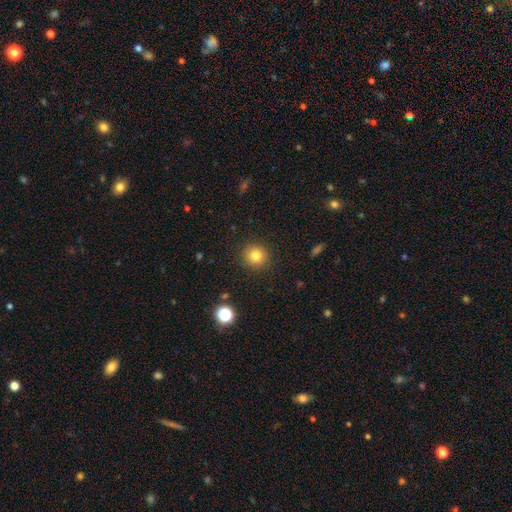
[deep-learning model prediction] Morphology: type=smooth (81%); roundness=round (92%); merging=none (91%).